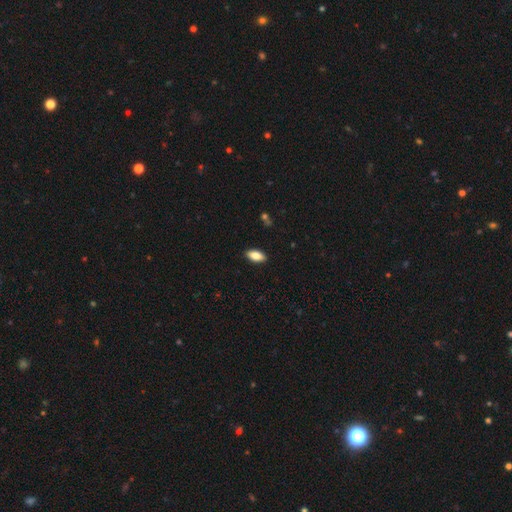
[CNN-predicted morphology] smooth 85%, featured or disk 8%, star or artifact 7%. Down the decision tree: how rounded — in between (90%); merging — none (89%).